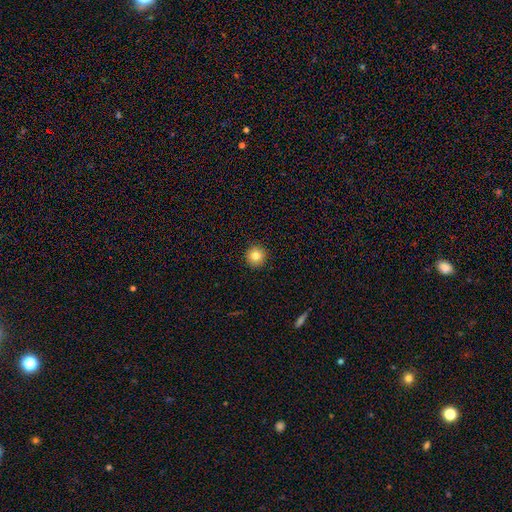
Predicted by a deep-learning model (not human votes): Overall: smooth (81%). How rounded: round (95%). Merging: none (92%).